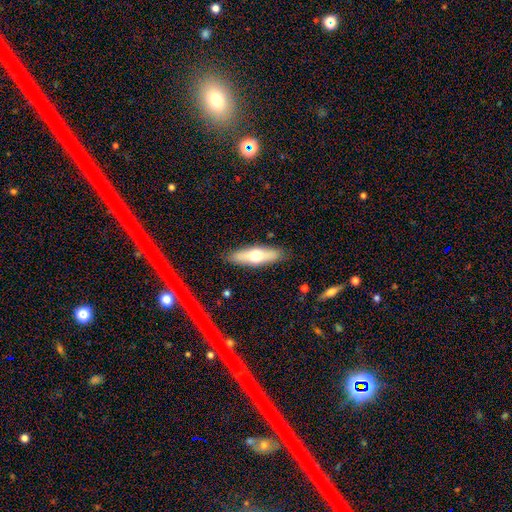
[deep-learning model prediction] Smooth or featured: smooth — 53% (featured or disk — 41%)
How rounded: cigar-shaped — 55% (in between — 43%)
Merging: none — 87% (minor disturbance — 9%)